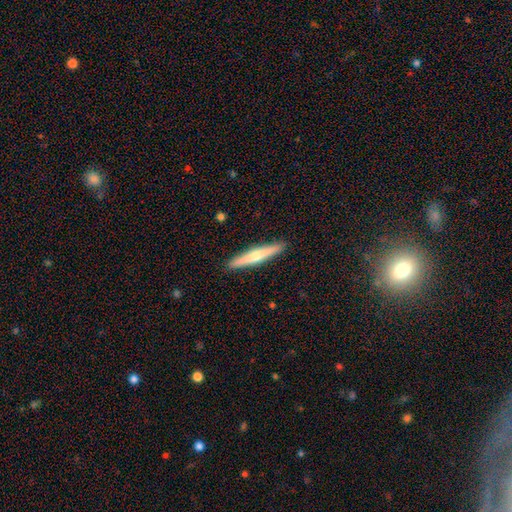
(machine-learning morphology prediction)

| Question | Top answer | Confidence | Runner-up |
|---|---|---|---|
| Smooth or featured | featured or disk | 52% | smooth (43%) |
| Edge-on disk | yes | 97% | no (3%) |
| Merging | none | 92% | minor disturbance (6%) |